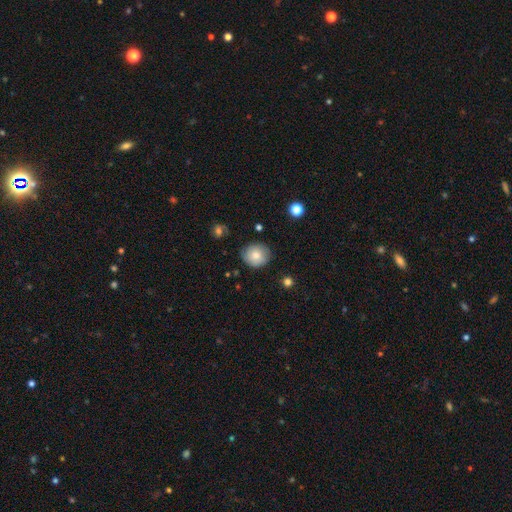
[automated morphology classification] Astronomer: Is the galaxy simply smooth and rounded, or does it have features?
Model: smooth — 75%.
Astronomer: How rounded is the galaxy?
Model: round — 85%.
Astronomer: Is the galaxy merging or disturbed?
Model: none — 80%.